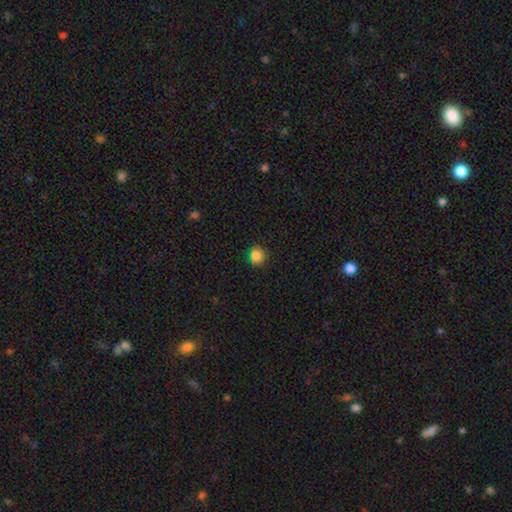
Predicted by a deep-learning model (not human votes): Smooth or featured?
  - smooth: 84% *
  - star or artifact: 12%
  - featured or disk: 4%
How rounded?
  - round: 85% *
  - in between: 14%
  - cigar-shaped: 1%
Merging?
  - none: 86% *
  - minor disturbance: 10%
  - major disturbance: 2%
  - merger: 1%